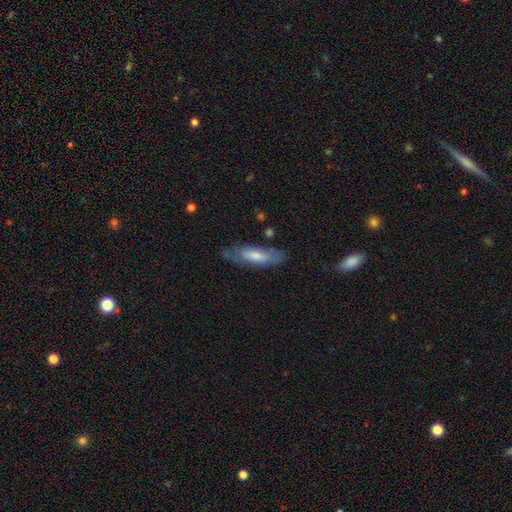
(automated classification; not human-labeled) Smooth or featured: smooth — 54% (featured or disk — 40%)
How rounded: cigar-shaped — 52% (in between — 46%)
Merging: none — 68% (minor disturbance — 22%)